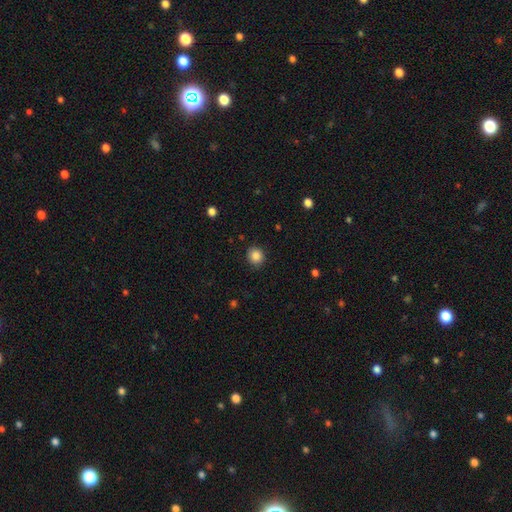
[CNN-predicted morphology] Q: Smooth or featured?
A: smooth (86%); runner-up: star or artifact (10%)
Q: How rounded?
A: round (81%); runner-up: in between (19%)
Q: Merging?
A: none (87%); runner-up: minor disturbance (9%)